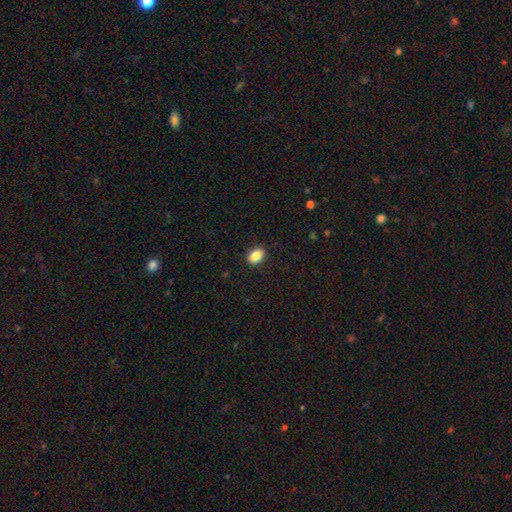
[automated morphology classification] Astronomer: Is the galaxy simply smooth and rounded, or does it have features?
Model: smooth — 88%.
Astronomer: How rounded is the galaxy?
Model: in between — 86%.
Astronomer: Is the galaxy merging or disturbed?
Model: none — 89%.